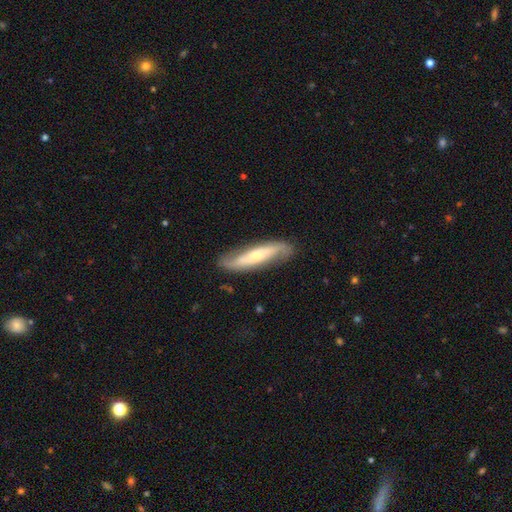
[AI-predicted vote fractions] Smooth or featured?
  - featured or disk: 63% *
  - smooth: 31%
  - star or artifact: 6%
Edge-on disk?
  - no: 64% *
  - yes: 36%
Merging?
  - none: 80% *
  - minor disturbance: 15%
  - major disturbance: 4%
  - merger: 1%